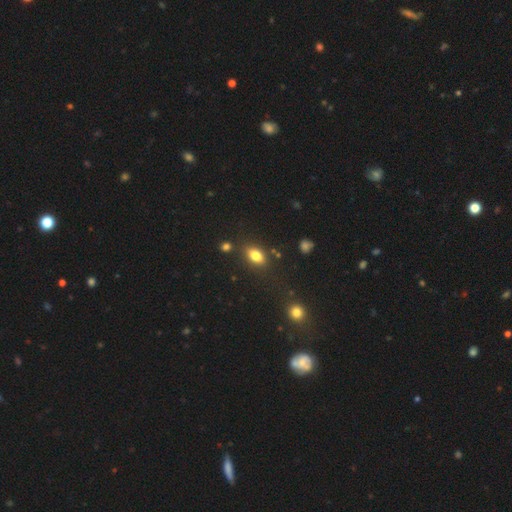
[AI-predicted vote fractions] Morphology: type=smooth (81%); roundness=in between (84%); merging=none (81%).